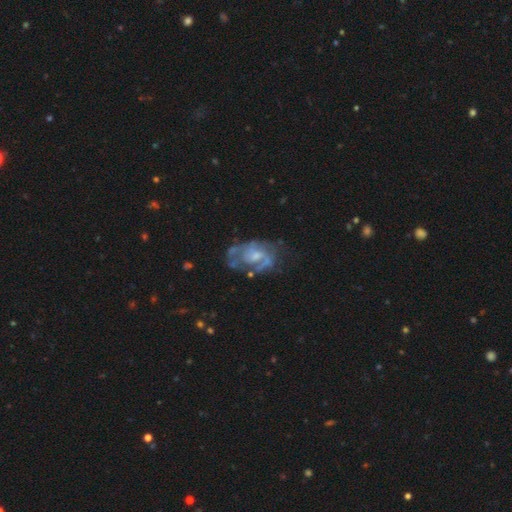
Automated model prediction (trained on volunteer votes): Morphology: type=featured or disk (79%); edge-on=no (97%); bar=no (58%); spiral arms=yes (79%); winding=medium (45%); arm count=2 (46%); bulge=small (44%); merging=none (50%).